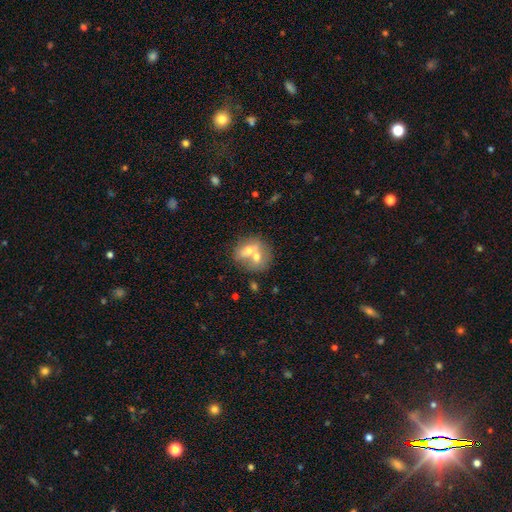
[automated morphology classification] Smooth or featured? smooth (56%)
How rounded? round (67%)
Merging? merger (61%)